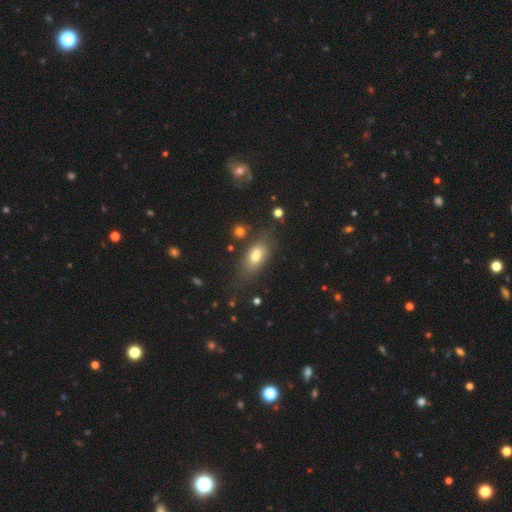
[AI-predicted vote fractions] Smooth or featured? Predicted: smooth (p=0.71). How rounded? Predicted: in between (p=0.81). Merging? Predicted: none (p=0.66).